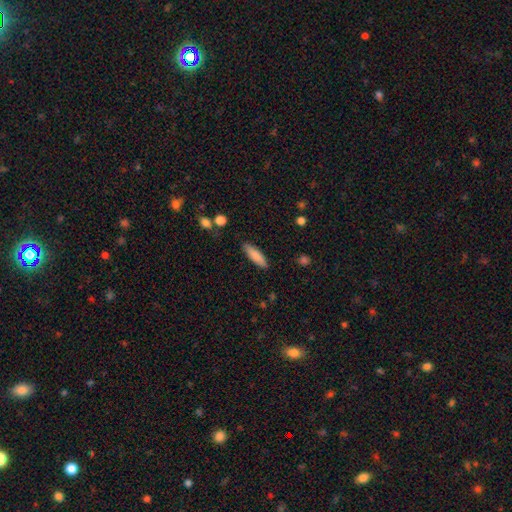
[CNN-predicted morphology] This appears to be a smooth galaxy with no disk features (82%) that is cigar-shaped (61%). Merging: none (85%).